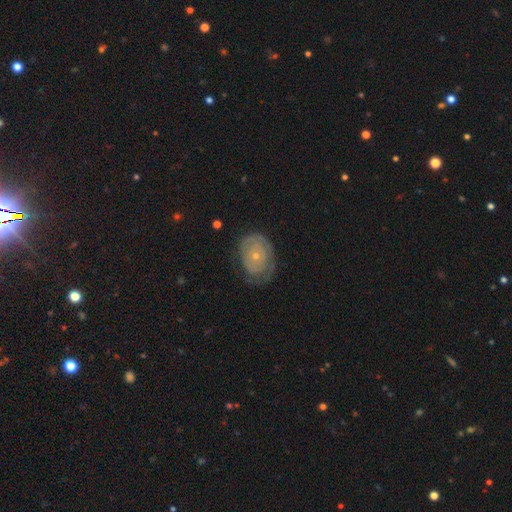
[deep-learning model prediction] Smooth or featured: featured or disk — 60% (smooth — 33%)
Edge-on disk: no — 96% (yes — 4%)
Bar: no — 88% (weak — 10%)
Spiral arms: yes — 64% (no — 36%)
Bulge size: small — 72% (moderate — 24%)
Merging: none — 58% (minor disturbance — 27%)